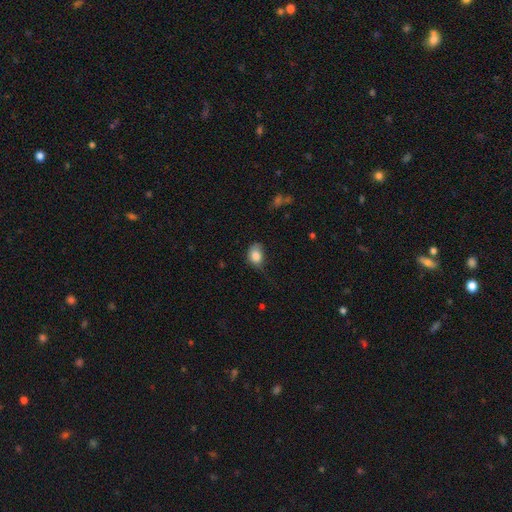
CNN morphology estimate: smooth-or-featured: smooth: 84% | star or artifact: 8% | featured or disk: 7%
  how-rounded: in between: 64% | round: 34% | cigar-shaped: 1%
  merging: none: 42% | minor disturbance: 39% | major disturbance: 17% | merger: 2%